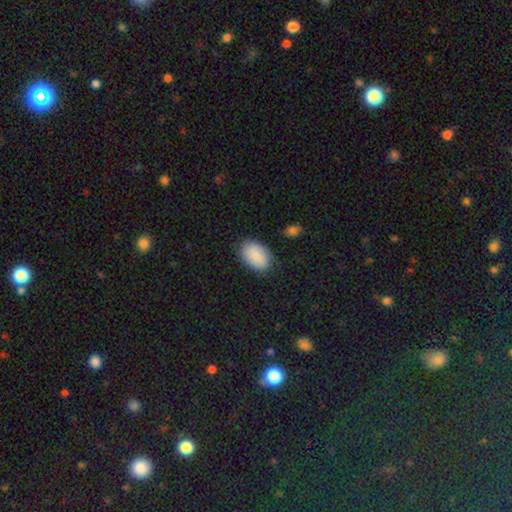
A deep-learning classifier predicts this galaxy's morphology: Q: Smooth or featured?
A: smooth (87%); runner-up: featured or disk (7%)
Q: How rounded?
A: in between (89%); runner-up: round (9%)
Q: Merging?
A: none (83%); runner-up: minor disturbance (12%)